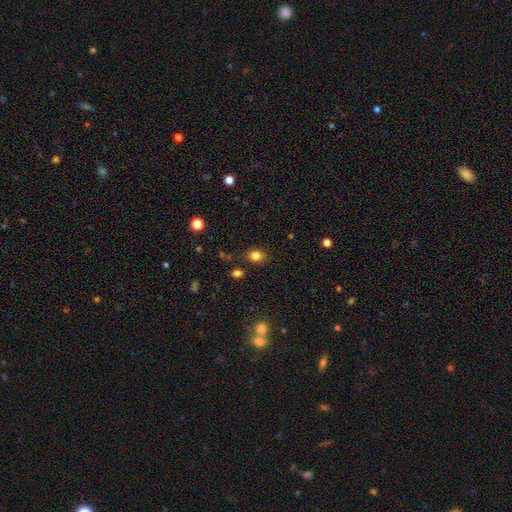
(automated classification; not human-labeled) Overall: smooth (82%). How rounded: in between (55%; round 44%). Merging: none (83%).